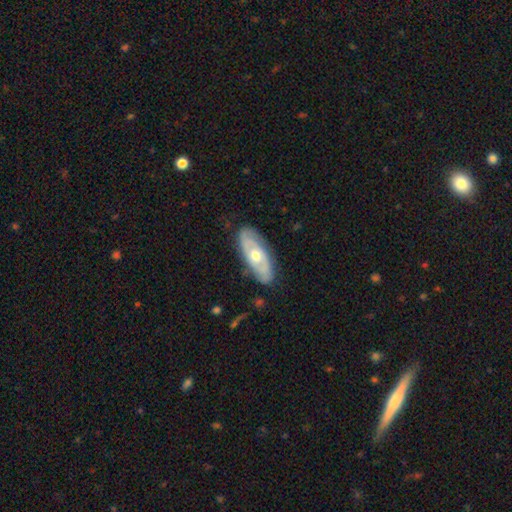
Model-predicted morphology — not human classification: A featured or disk galaxy (64%) with no bar (82%), spiral arms (61%) and a moderate central bulge (73%). Merging: none (81%).